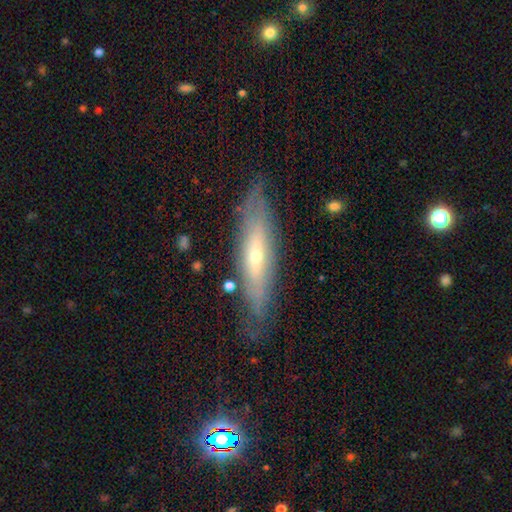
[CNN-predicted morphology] This appears to be a featured or disk galaxy (65%) viewed edge-on (57%). Merging: none (79%).